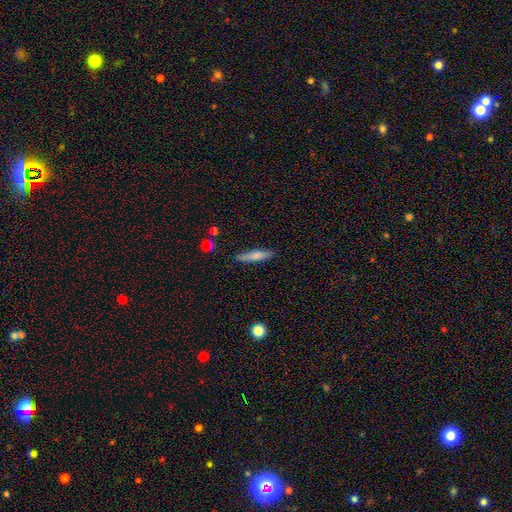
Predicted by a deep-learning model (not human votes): A smooth galaxy with no disk features (71%) that is cigar-shaped (84%).

Vote fractions:
- Smooth or featured? smooth: 71% / featured or disk: 22% / star or artifact: 7%
- How rounded? cigar-shaped: 84% / in between: 14% / round: 2%
- Merging? none: 82% / minor disturbance: 13% / major disturbance: 3% / merger: 2%